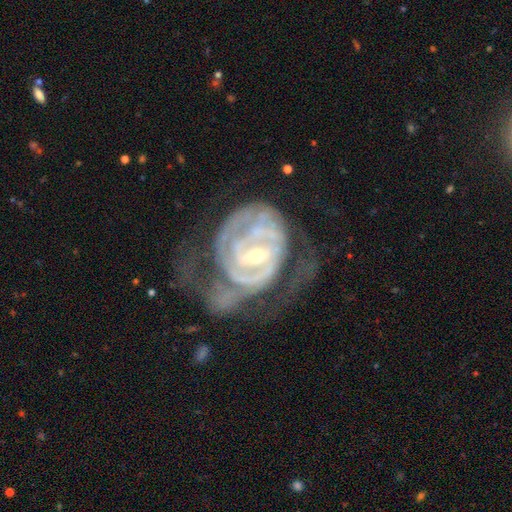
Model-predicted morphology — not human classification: Smooth or featured? Predicted: featured or disk (p=0.88). Edge-on disk? Predicted: no (p=0.97). Bar? Predicted: weak (p=0.47). Spiral arms? Predicted: yes (p=0.92). Spiral winding? Predicted: tight (p=0.63). Spiral arm count? Predicted: 2 (p=0.42). Bulge size? Predicted: small (p=0.62). Merging? Predicted: major disturbance (p=0.42).